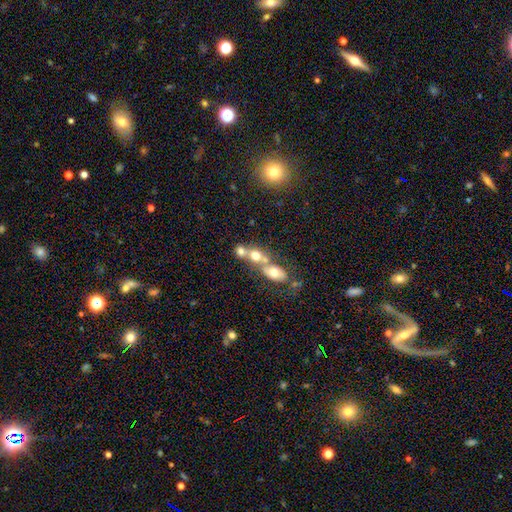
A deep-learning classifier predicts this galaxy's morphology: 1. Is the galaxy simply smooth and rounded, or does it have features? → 63% smooth, 24% featured or disk, 13% star or artifact.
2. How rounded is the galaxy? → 51% round, 45% in between, 4% cigar-shaped.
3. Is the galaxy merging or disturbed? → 62% merger, 26% none, 7% minor disturbance, 5% major disturbance.